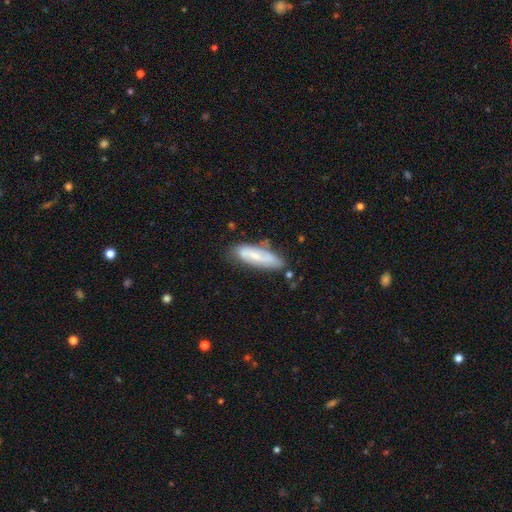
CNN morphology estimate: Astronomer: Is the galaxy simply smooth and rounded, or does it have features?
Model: smooth — 51% (runner-up: featured or disk, 41%).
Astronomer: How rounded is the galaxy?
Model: cigar-shaped — 55% (runner-up: in between, 43%).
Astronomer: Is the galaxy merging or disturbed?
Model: none — 66%.